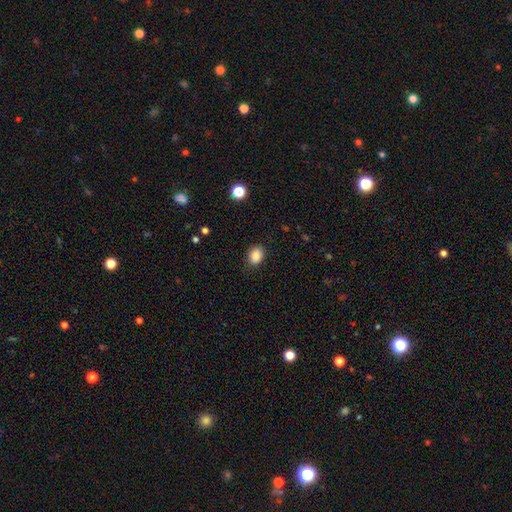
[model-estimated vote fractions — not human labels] This appears to be a smooth galaxy with no disk features (86%) that is in between round and cigar-shaped (61%). Merging: none (86%).